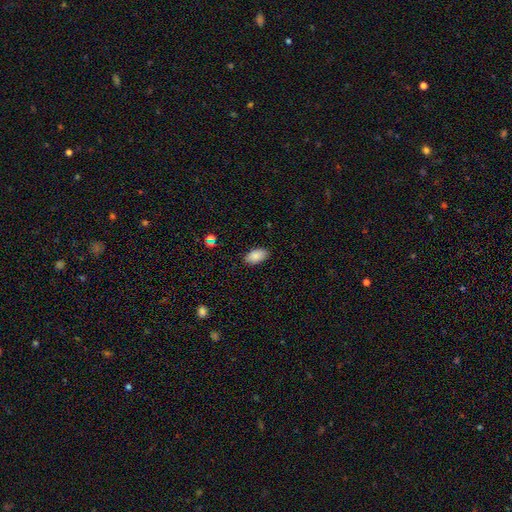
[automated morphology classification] This appears to be a smooth galaxy with no disk features (86%) that is in between round and cigar-shaped (94%). Merging: none (87%).